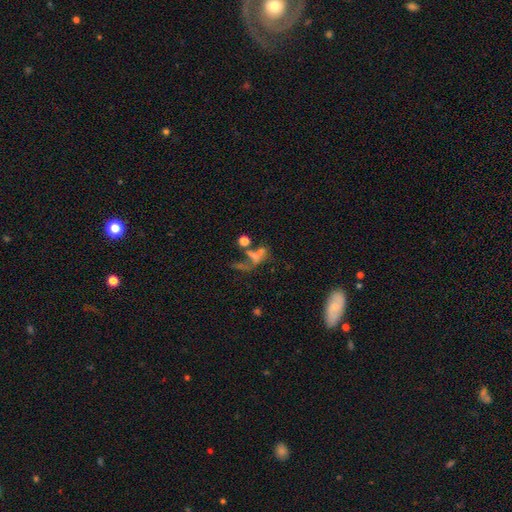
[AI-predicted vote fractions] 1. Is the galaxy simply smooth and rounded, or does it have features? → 41% smooth, 33% featured or disk, 25% star or artifact.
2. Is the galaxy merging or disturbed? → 38% merger, 30% major disturbance, 21% none, 10% minor disturbance.